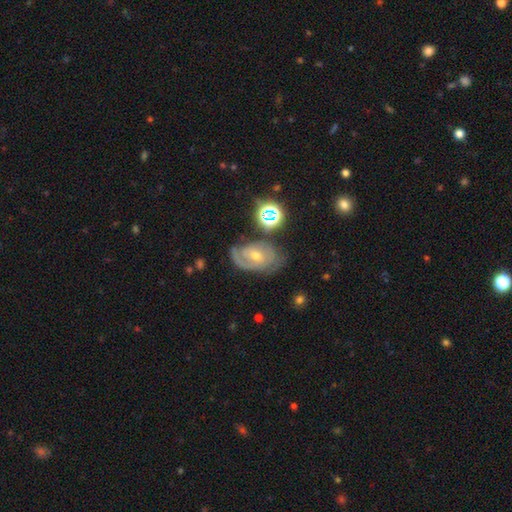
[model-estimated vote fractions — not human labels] This appears to be a featured or disk galaxy (76%) with no bar (60%), 2 (42%) tight (60%) spiral arms (90%) and a moderate central bulge (49%). Merging: none (64%).